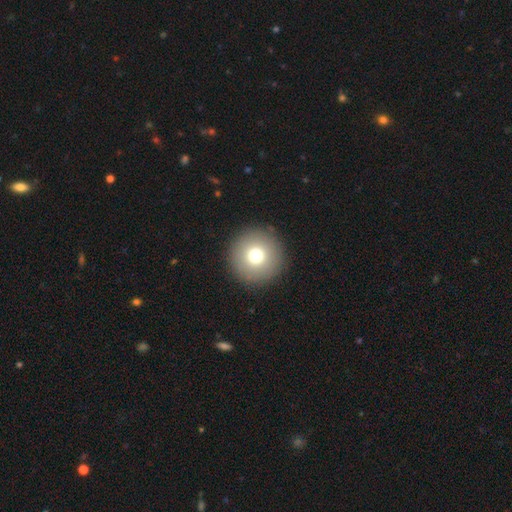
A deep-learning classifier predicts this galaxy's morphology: Q: Smooth or featured?
A: smooth (75%); runner-up: featured or disk (14%)
Q: How rounded?
A: round (97%); runner-up: in between (2%)
Q: Merging?
A: none (92%); runner-up: minor disturbance (5%)